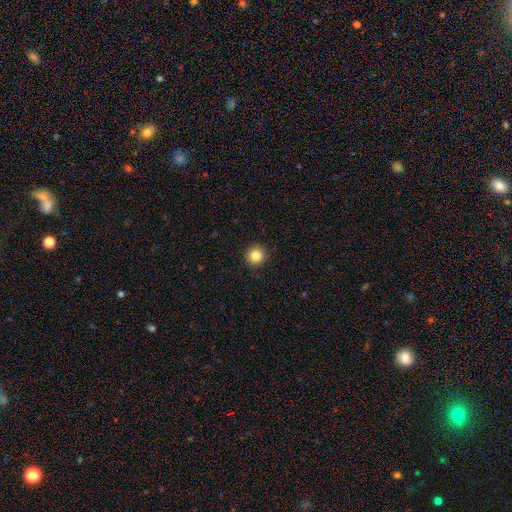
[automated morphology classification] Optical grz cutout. It shows a smooth galaxy with no disk features (84%) that is round (96%). Merging: none (93%).